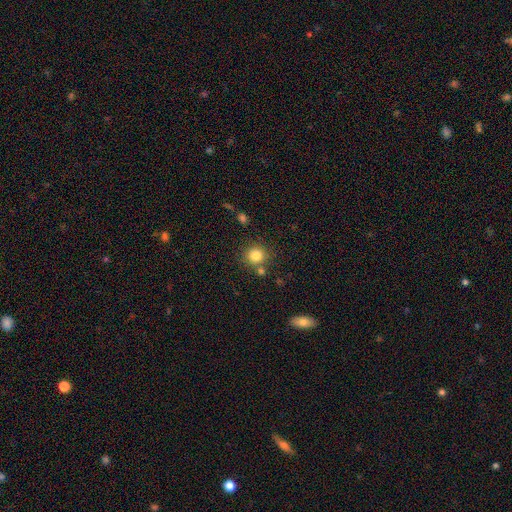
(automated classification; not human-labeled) smooth_or_featured: smooth (p=0.82) [alt: star or artifact p=0.11]
how_rounded: round (p=0.90) [alt: in between p=0.09]
merging: none (p=0.76) [alt: merger p=0.12]